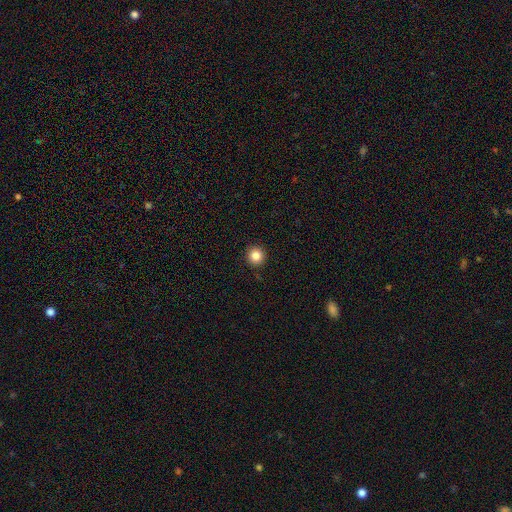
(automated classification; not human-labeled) smooth-or-featured: smooth: 84% | star or artifact: 11% | featured or disk: 5%
  how-rounded: round: 95% | in between: 4% | cigar-shaped: 1%
  merging: none: 92% | minor disturbance: 5% | major disturbance: 2% | merger: 1%